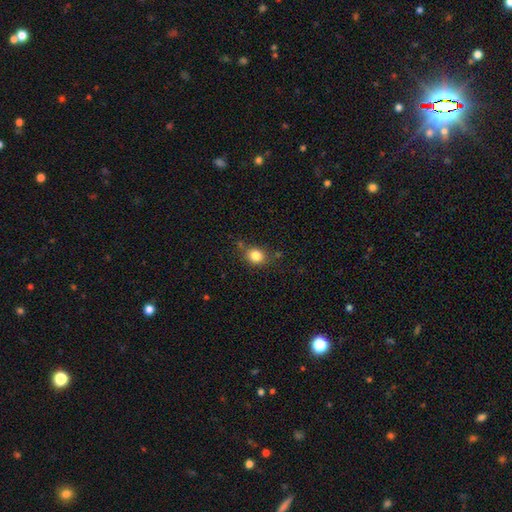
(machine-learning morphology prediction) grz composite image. It shows a smooth galaxy with no disk features (83%) that is round (72%). Merging: none (74%).